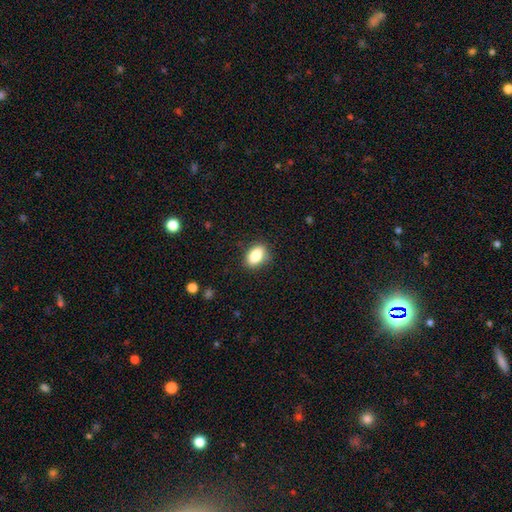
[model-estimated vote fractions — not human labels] This appears to be a smooth galaxy with no disk features (85%) that is in between round and cigar-shaped (85%). Merging: none (85%).